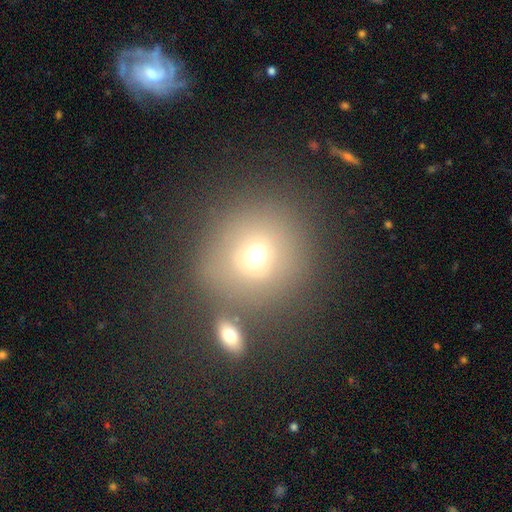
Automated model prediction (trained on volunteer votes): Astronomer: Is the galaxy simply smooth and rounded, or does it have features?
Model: smooth — 67%.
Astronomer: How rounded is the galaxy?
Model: round — 90%.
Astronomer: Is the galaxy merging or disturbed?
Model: none — 70%.